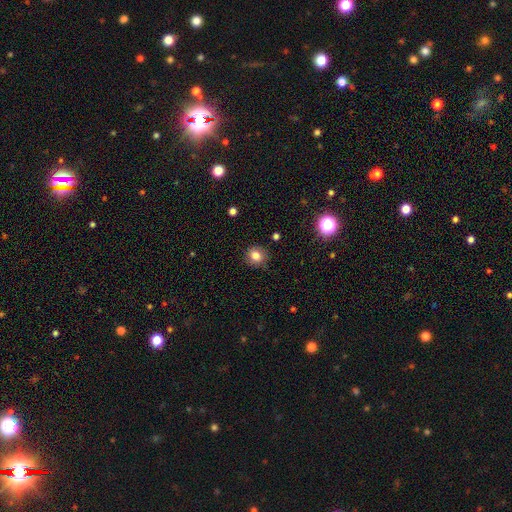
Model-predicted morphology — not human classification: This is clearly a smooth galaxy (81%). How rounded: clearly round (86%). Merging: clearly none (86%).